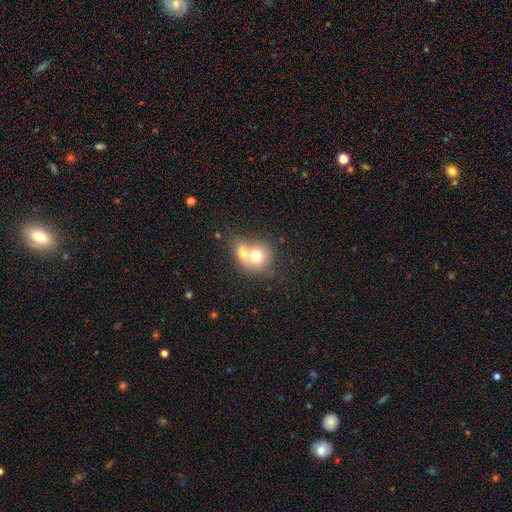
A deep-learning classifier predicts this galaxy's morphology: Smooth or featured?
  - smooth: 67% *
  - featured or disk: 23%
  - star or artifact: 9%
How rounded?
  - round: 72% *
  - in between: 27%
  - cigar-shaped: 1%
Merging?
  - merger: 70% *
  - none: 21%
  - minor disturbance: 6%
  - major disturbance: 3%